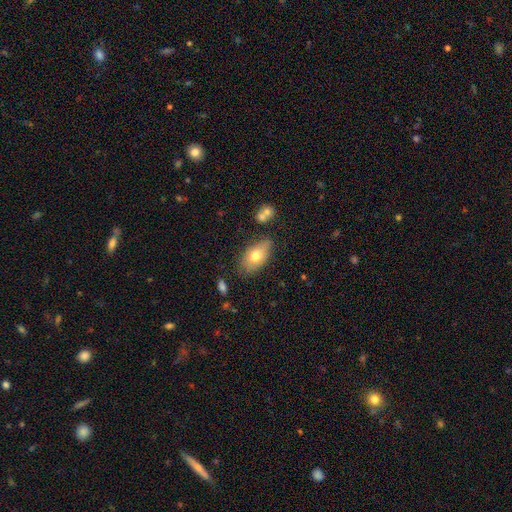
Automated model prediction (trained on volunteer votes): Overall: smooth (71%). How rounded: in between (90%). Merging: none (72%).